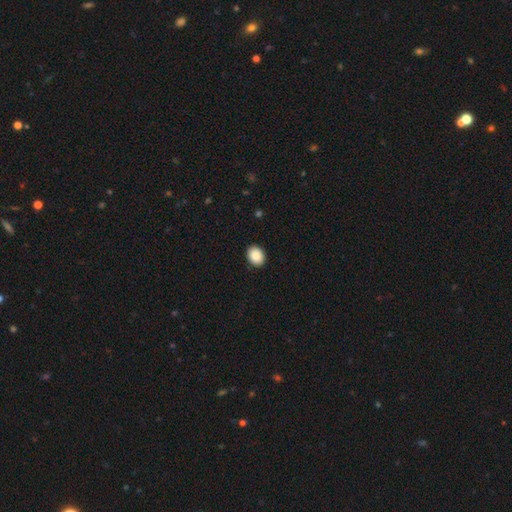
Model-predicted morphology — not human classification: smooth-or-featured: smooth: 88% | star or artifact: 8% | featured or disk: 4%
  how-rounded: in between: 53% | round: 46% | cigar-shaped: 1%
  merging: none: 91% | minor disturbance: 6% | major disturbance: 2% | merger: 1%